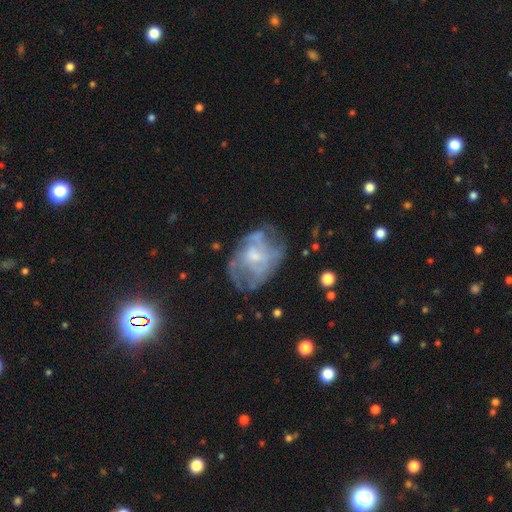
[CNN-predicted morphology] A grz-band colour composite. It shows a featured or disk galaxy (68%) with no bar (64%), spiral arms (53%) and a small central bulge (47%). Merging: none (51%).